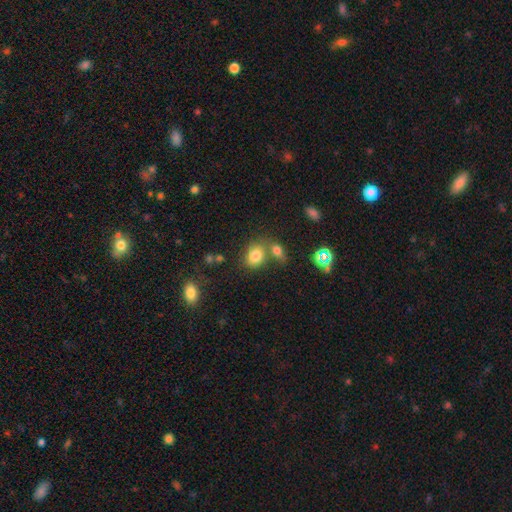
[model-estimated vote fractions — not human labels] smooth 79%, star or artifact 12%, featured or disk 9%. Down the decision tree: how rounded — in between (62%); merging — none (52%).